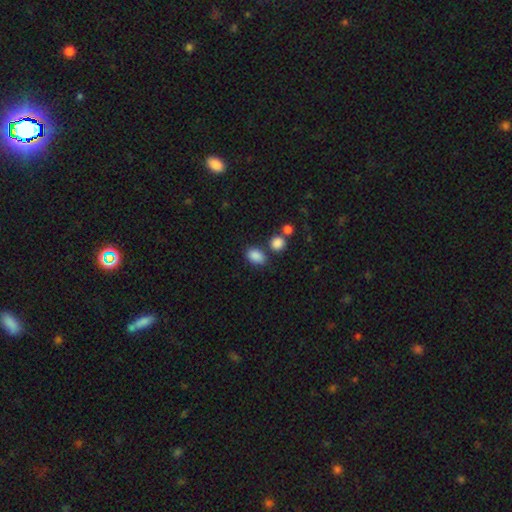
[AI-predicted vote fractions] Smooth or featured? smooth (86%)
How rounded? in between (77%)
Merging? none (69%)